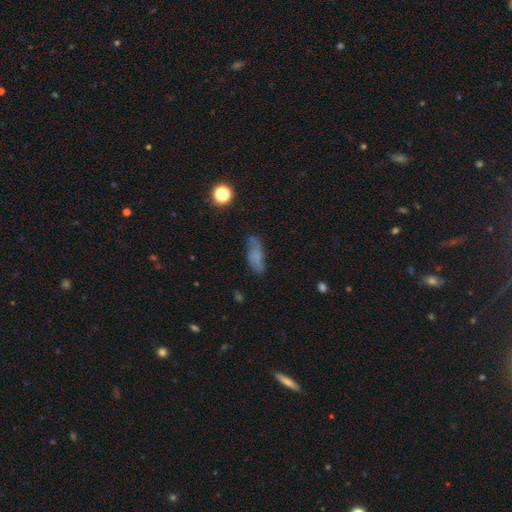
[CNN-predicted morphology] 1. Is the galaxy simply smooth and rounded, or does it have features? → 56% smooth, 31% featured or disk, 13% star or artifact.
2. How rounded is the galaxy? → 74% in between, 21% cigar-shaped, 4% round.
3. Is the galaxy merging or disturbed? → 61% none, 25% minor disturbance, 10% major disturbance, 3% merger.